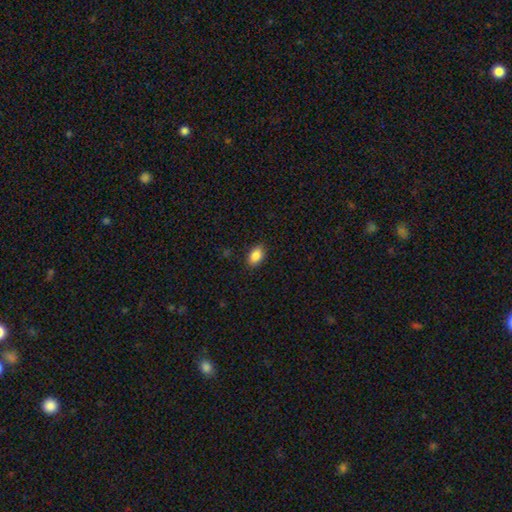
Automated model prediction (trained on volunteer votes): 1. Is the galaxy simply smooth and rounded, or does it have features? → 87% smooth, 8% star or artifact, 5% featured or disk.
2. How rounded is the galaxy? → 84% in between, 15% round, 1% cigar-shaped.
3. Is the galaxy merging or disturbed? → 88% none, 9% minor disturbance, 2% major disturbance, 1% merger.